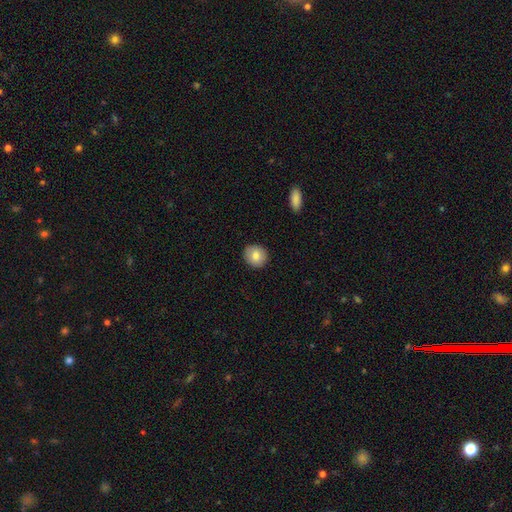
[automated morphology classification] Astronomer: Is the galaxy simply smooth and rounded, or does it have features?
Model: smooth — 82%.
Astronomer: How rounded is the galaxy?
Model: round — 88%.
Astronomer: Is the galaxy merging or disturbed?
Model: none — 91%.